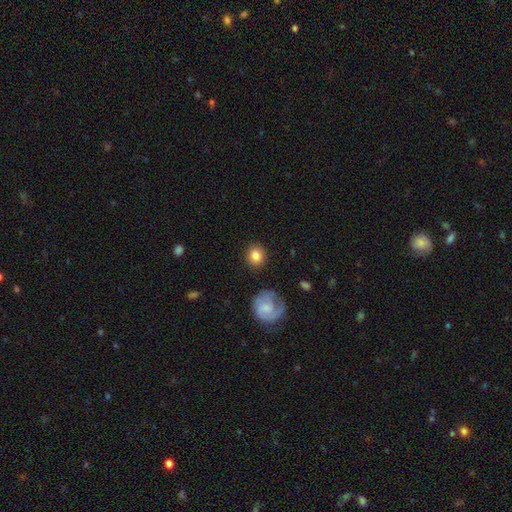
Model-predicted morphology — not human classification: This is clearly a smooth galaxy (83%). How rounded: clearly round (86%). Merging: clearly none (87%).